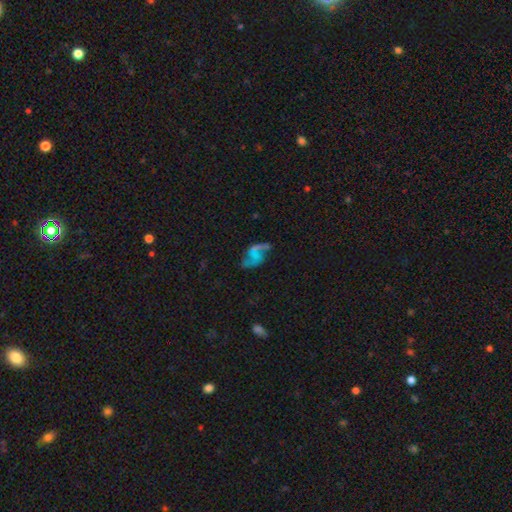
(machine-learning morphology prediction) smooth-or-featured: featured or disk: 56% | smooth: 27% | star or artifact: 17%
  disk-edge-on: no: 96% | yes: 4%
    bar: no: 53% | weak: 30% | strong: 17%
    has-spiral-arms: yes: 68% | no: 32%
    bulge-size: none: 68% | small: 19% | moderate: 8% | large: 3% | dominant: 2%
  merging: none: 39% | major disturbance: 28% | minor disturbance: 21% | merger: 12%